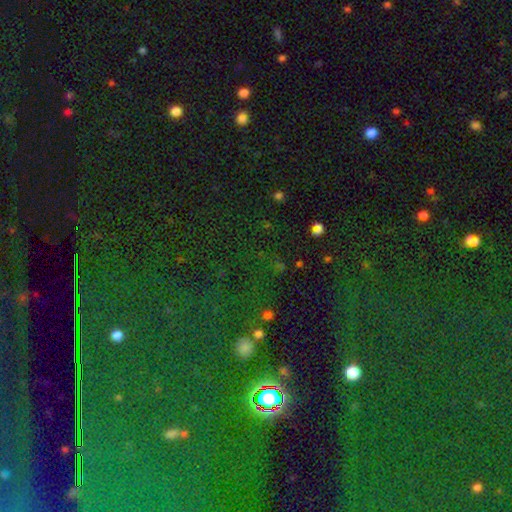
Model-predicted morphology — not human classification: smooth-or-featured: star or artifact: 74% | smooth: 17% | featured or disk: 9%